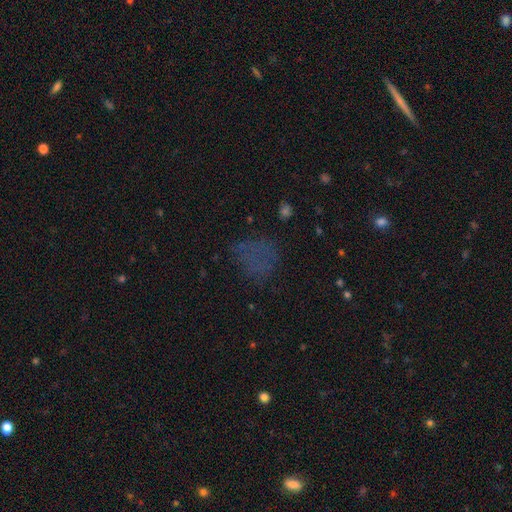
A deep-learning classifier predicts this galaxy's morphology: type=smooth (49%); merging=none (63%).